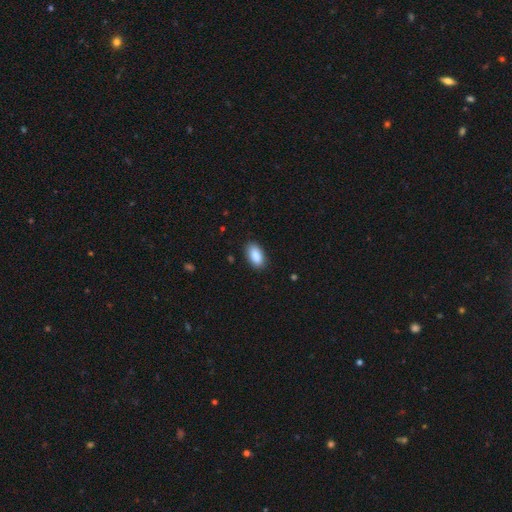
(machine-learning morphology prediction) A smooth galaxy with no disk features (89%) that is in between round and cigar-shaped (94%). Merging: none (87%).